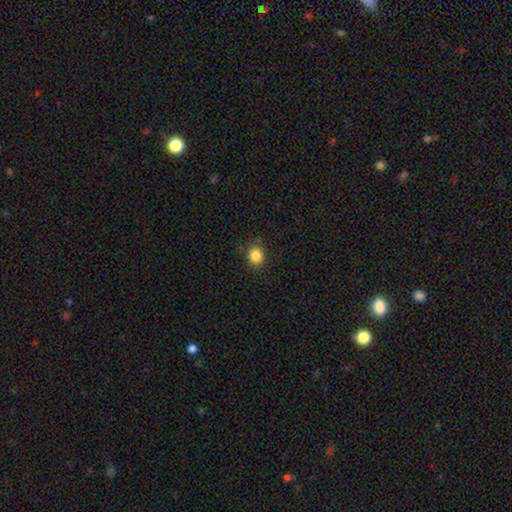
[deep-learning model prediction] A smooth galaxy with no disk features (85%) that is round (76%). Merging: none (87%).